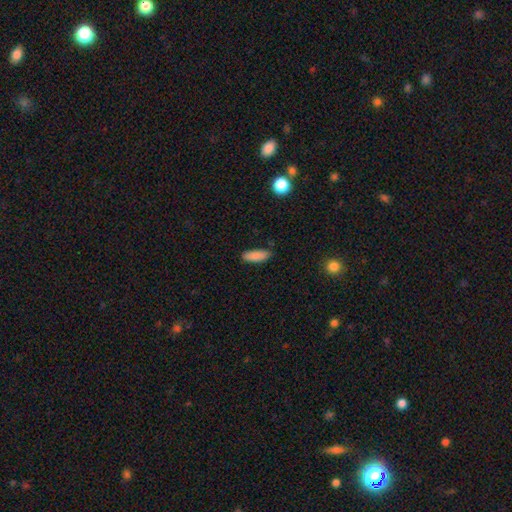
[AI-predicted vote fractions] A smooth galaxy with no disk features (88%) that is in between round and cigar-shaped (65%). Merging: none (83%).